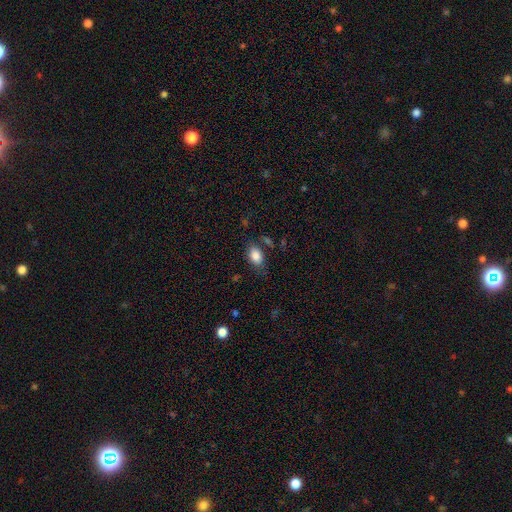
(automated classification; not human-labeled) A smooth galaxy with no disk features (86%) that is in between round and cigar-shaped (86%). Merging: none (75%).